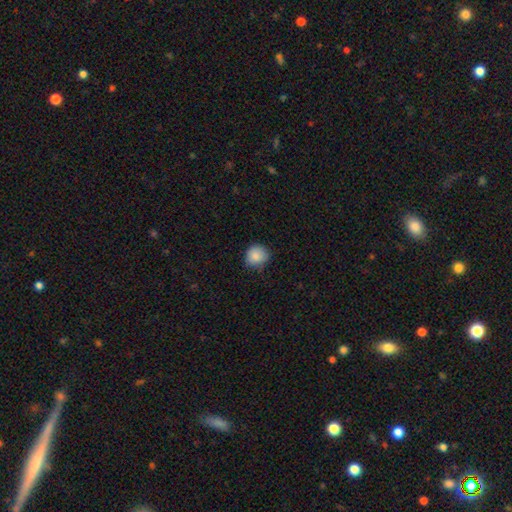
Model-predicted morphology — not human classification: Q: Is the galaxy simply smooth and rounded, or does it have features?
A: smooth — 87%.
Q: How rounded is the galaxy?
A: round — 86%.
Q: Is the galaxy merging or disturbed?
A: none — 79%.